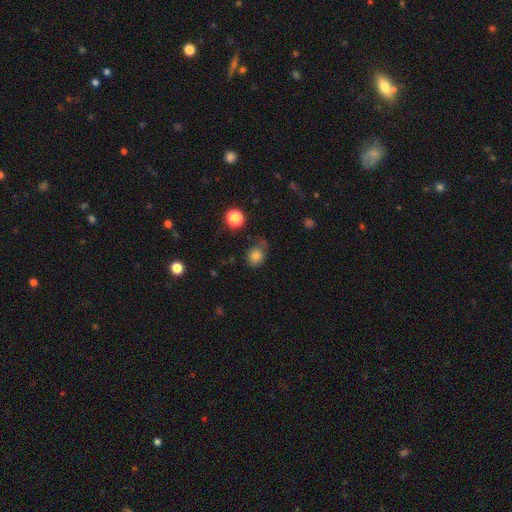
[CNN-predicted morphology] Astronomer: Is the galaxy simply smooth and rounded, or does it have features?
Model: smooth — 79%.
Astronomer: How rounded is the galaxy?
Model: round — 61% (runner-up: in between, 38%).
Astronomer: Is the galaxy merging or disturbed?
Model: none — 59%.